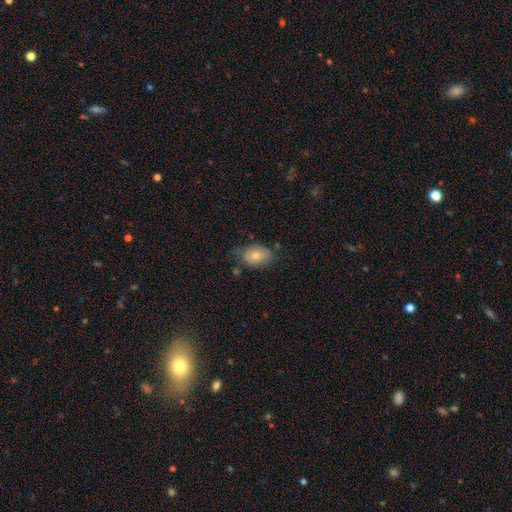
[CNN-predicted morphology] smooth_or_featured: smooth (p=0.71) [alt: featured or disk p=0.21]
how_rounded: in between (p=0.78) [alt: round p=0.21]
merging: none (p=0.57) [alt: minor disturbance p=0.30]